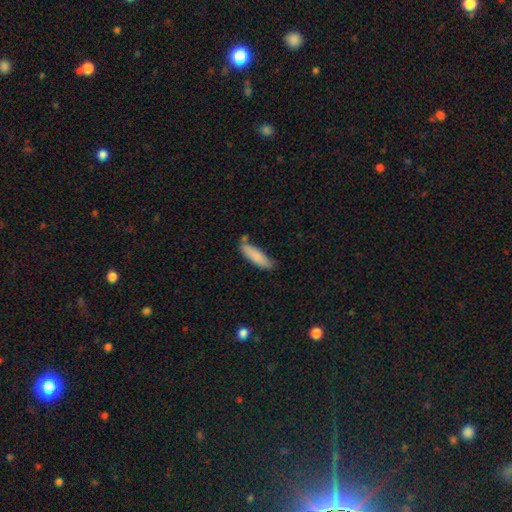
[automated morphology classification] Smooth or featured? Predicted: smooth (p=0.85). How rounded? Predicted: cigar-shaped (p=0.67). Merging? Predicted: none (p=0.70).